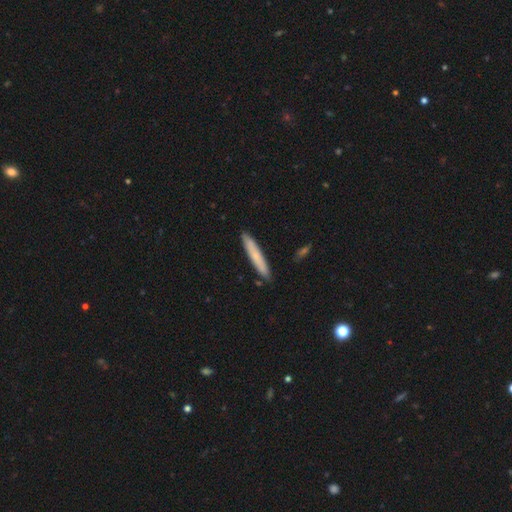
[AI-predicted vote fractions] smooth_or_featured: smooth (p=0.71) [alt: featured or disk p=0.22]
how_rounded: cigar-shaped (p=0.94) [alt: in between p=0.05]
merging: none (p=0.88) [alt: minor disturbance p=0.09]